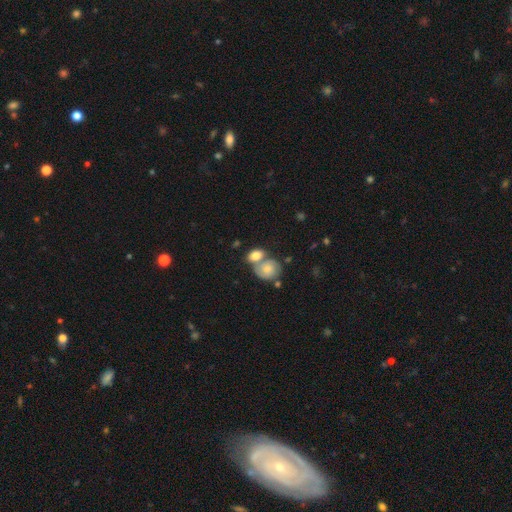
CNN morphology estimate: smooth_or_featured: smooth (p=0.59) [alt: featured or disk p=0.33]
how_rounded: in between (p=0.66) [alt: round p=0.30]
merging: merger (p=0.50) [alt: none p=0.34]